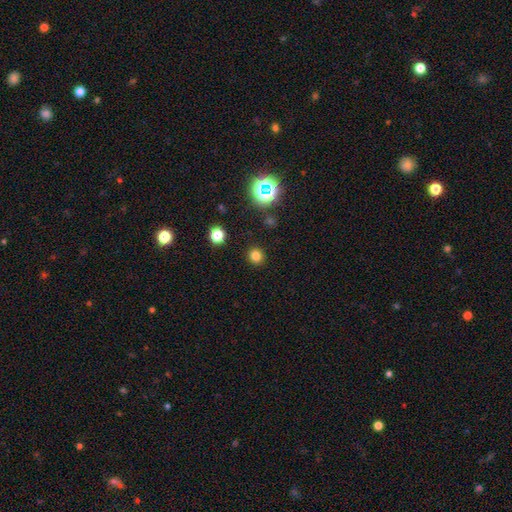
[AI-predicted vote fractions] Q: Smooth or featured?
A: smooth (77%); runner-up: star or artifact (19%)
Q: How rounded?
A: round (90%); runner-up: in between (9%)
Q: Merging?
A: none (91%); runner-up: minor disturbance (6%)